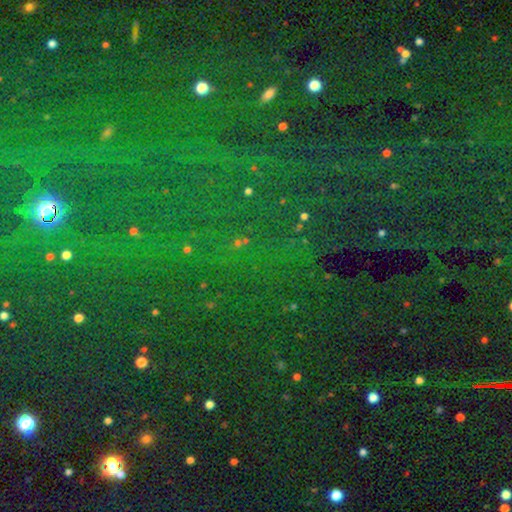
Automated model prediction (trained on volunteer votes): Smooth or featured? star or artifact (82%)